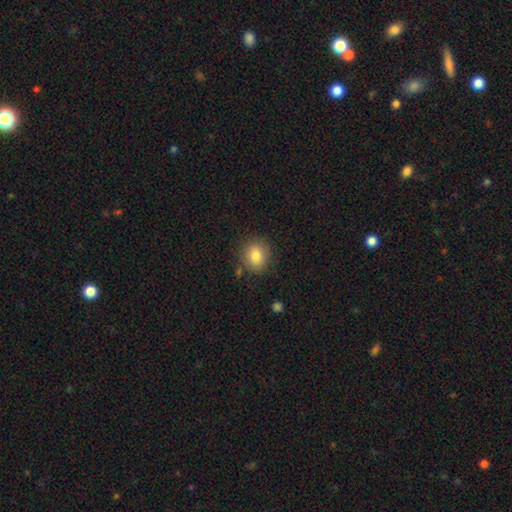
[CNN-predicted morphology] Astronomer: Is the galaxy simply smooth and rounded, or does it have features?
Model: smooth — 82%.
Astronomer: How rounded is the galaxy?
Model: round — 74%.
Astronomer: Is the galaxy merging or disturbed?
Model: none — 83%.